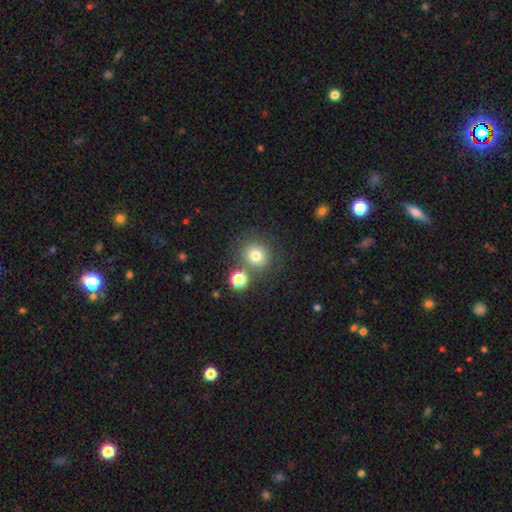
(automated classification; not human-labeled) A smooth galaxy with no disk features (75%) that is round (88%).

Vote fractions:
- Smooth or featured? smooth: 75% / star or artifact: 15% / featured or disk: 10%
- How rounded? round: 88% / in between: 11% / cigar-shaped: 1%
- Merging? none: 72% / merger: 14% / minor disturbance: 9% / major disturbance: 4%